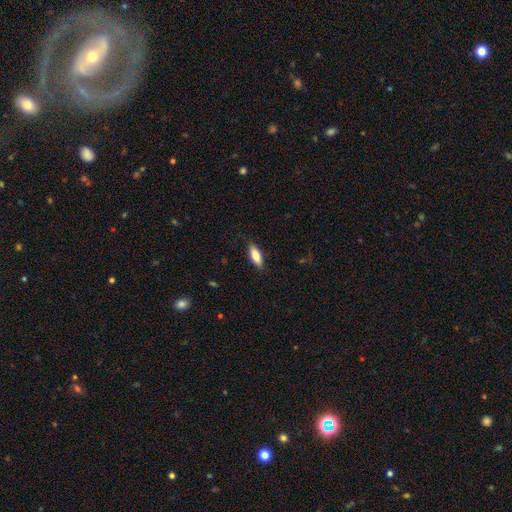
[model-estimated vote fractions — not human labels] This is likely a smooth galaxy (77%). How rounded: likely in between (70%). Merging: clearly none (87%).